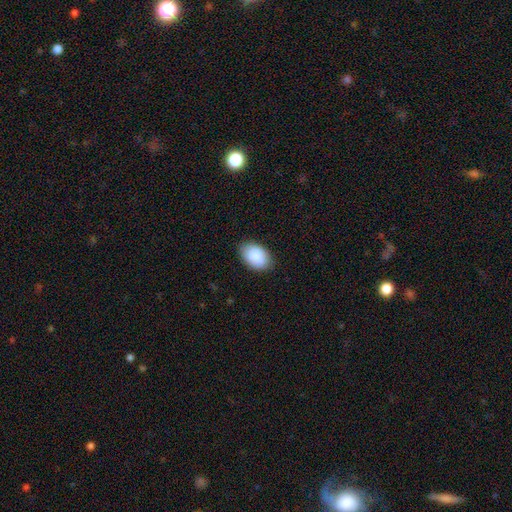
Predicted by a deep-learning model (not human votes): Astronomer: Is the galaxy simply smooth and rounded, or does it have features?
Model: smooth — 90%.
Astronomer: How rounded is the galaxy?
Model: in between — 90%.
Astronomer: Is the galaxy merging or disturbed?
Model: none — 85%.